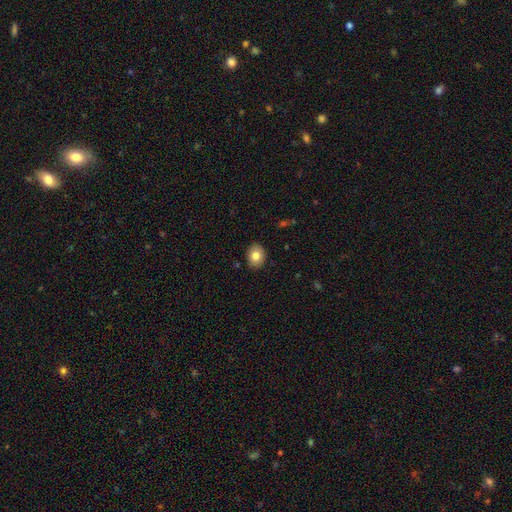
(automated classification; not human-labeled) A smooth galaxy with no disk features (81%) that is in between round and cigar-shaped (59%).

Vote fractions:
- Smooth or featured? smooth: 81% / featured or disk: 11% / star or artifact: 8%
- How rounded? in between: 59% / round: 40% / cigar-shaped: 1%
- Merging? none: 89% / minor disturbance: 8% / major disturbance: 2% / merger: 1%